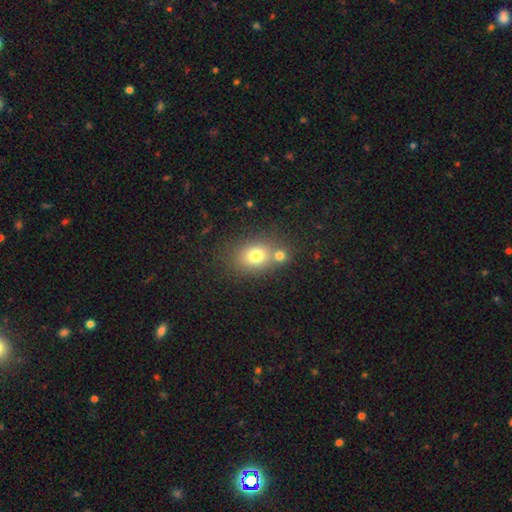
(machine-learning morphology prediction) This appears to be a smooth galaxy with no disk features (75%) that is round (53%). Merging: none (54%).